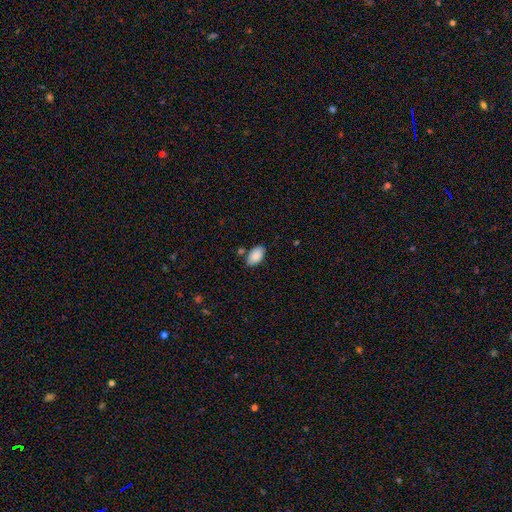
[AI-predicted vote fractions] Overall: smooth (88%). How rounded: in between (94%). Merging: none (75%).